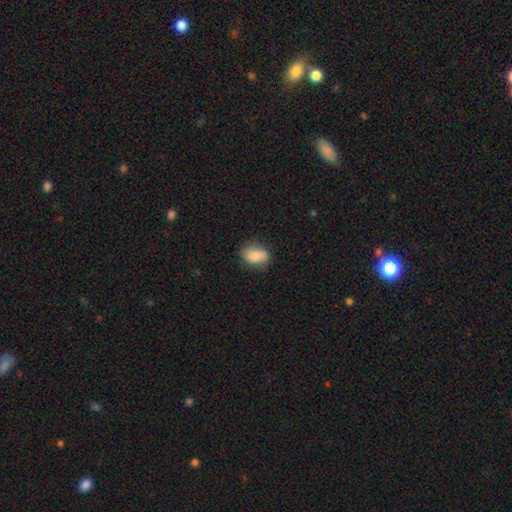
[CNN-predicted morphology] This is likely a smooth galaxy (76%). How rounded: likely in between (72%). Merging: likely none (73%).